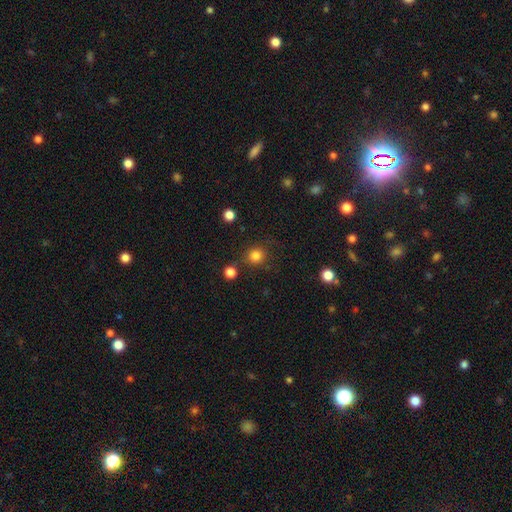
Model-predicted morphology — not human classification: This is clearly a smooth galaxy (82%). How rounded: clearly round (88%). Merging: clearly none (80%).